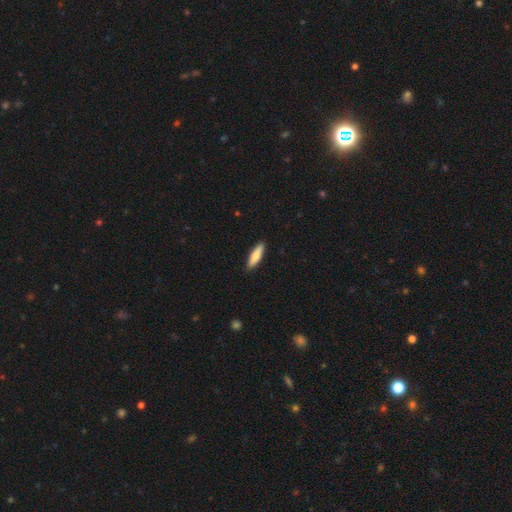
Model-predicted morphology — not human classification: This appears to be a smooth galaxy with no disk features (78%) that is cigar-shaped (64%). Merging: none (90%).